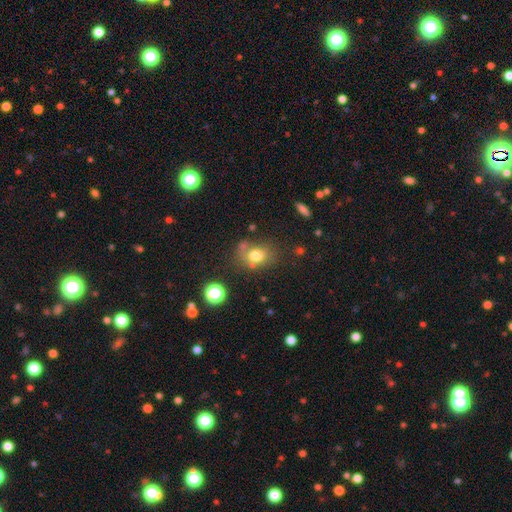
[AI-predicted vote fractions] Q: Smooth or featured?
A: smooth (74%); runner-up: star or artifact (13%)
Q: How rounded?
A: in between (52%); runner-up: round (47%)
Q: Merging?
A: none (57%); runner-up: minor disturbance (20%)